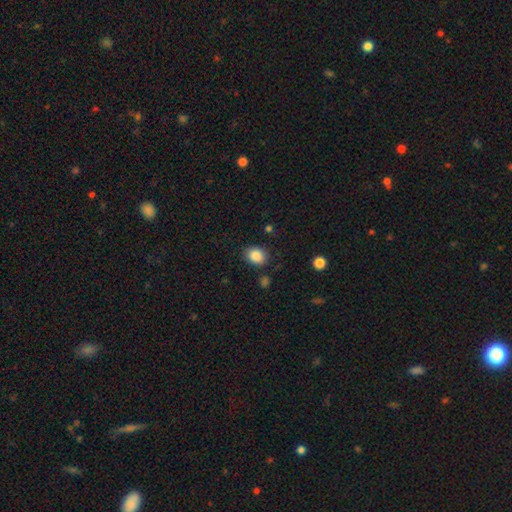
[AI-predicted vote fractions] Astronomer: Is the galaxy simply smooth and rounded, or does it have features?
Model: smooth — 87%.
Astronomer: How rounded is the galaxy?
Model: round — 51% (runner-up: in between, 48%).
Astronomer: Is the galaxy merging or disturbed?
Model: none — 83%.